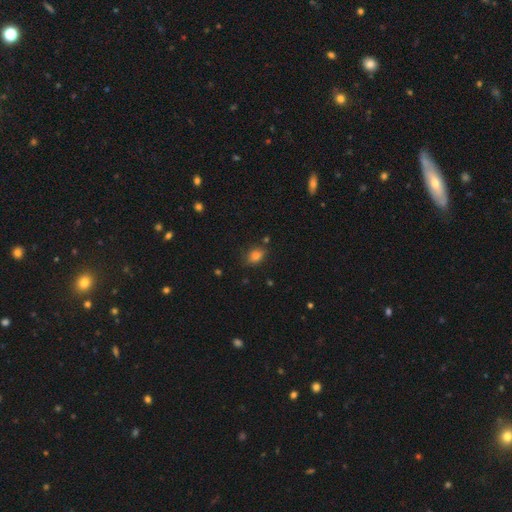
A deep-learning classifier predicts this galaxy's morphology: smooth_or_featured: smooth (p=0.82) [alt: star or artifact p=0.12]
how_rounded: in between (p=0.75) [alt: round p=0.23]
merging: none (p=0.76) [alt: minor disturbance p=0.17]